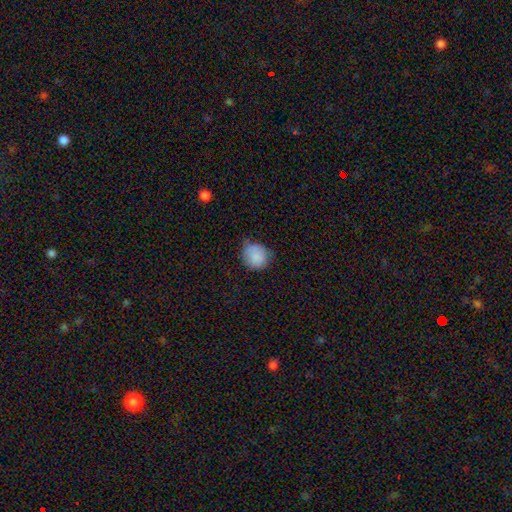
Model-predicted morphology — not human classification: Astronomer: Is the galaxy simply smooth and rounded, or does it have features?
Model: smooth — 86%.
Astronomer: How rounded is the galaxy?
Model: round — 83%.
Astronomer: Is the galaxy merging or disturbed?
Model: none — 58% (runner-up: minor disturbance, 34%).